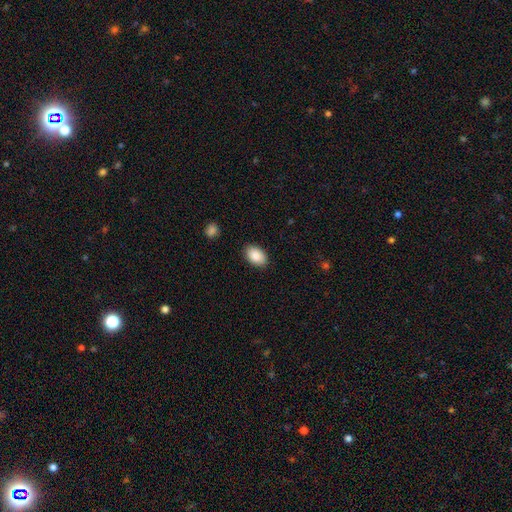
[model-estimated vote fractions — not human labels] Overall: smooth (89%). How rounded: in between (89%). Merging: none (88%).